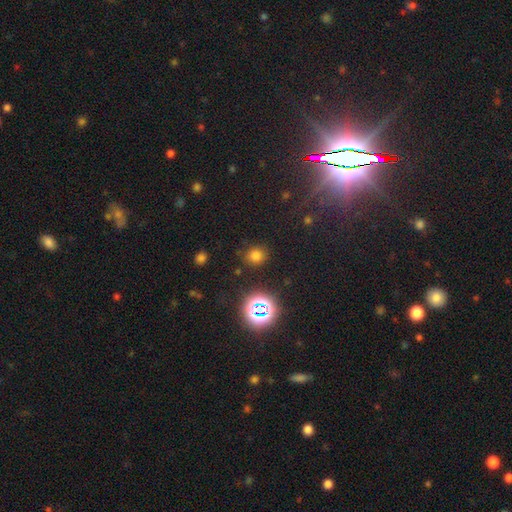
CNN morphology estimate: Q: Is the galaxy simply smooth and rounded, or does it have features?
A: smooth — 70%.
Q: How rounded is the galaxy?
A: round — 82%.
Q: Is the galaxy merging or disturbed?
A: none — 84%.